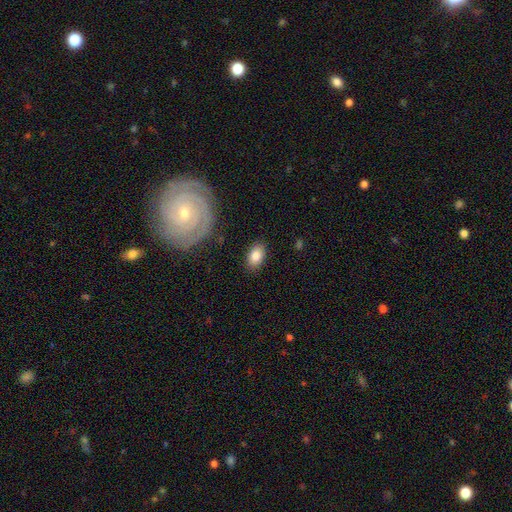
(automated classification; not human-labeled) Morphology: type=smooth (81%); roundness=in between (90%); merging=none (85%).